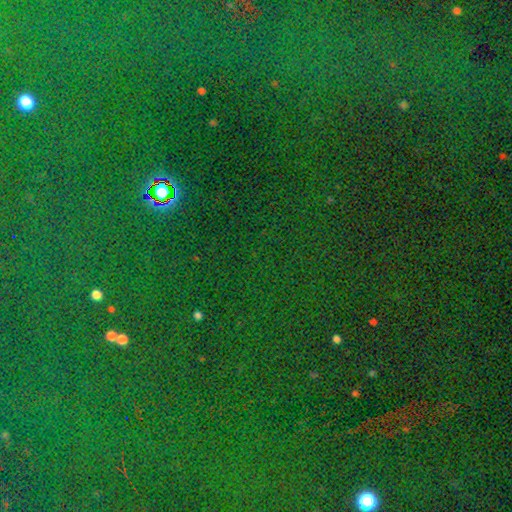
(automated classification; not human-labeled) This is clearly a star or artifact rather than a galaxy (82%).